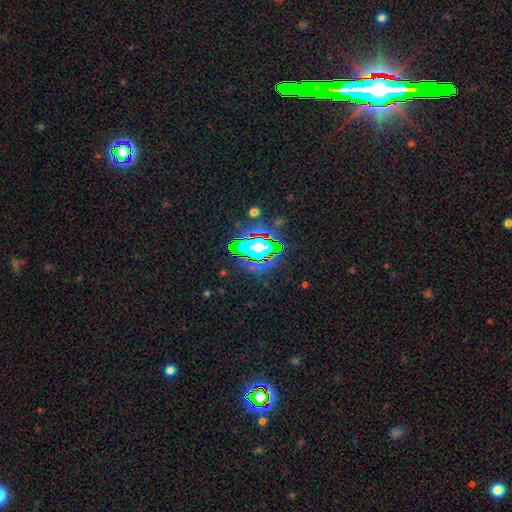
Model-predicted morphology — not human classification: smooth_or_featured: star or artifact (p=0.84) [alt: smooth p=0.09]